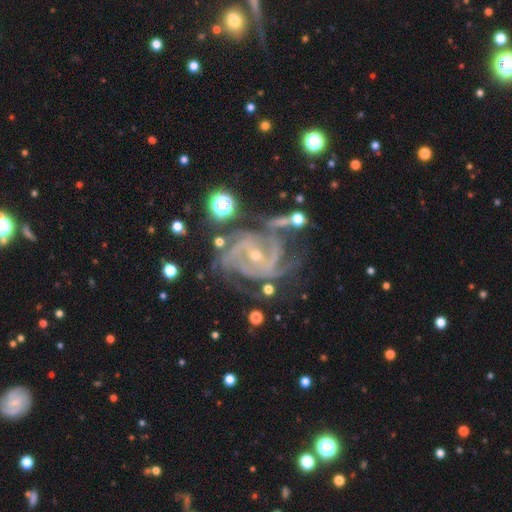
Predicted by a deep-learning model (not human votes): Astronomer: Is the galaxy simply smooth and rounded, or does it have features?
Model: featured or disk — 90%.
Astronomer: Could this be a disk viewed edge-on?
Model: no — 97%.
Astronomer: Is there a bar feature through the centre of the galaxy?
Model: no — 39% (runner-up: weak, 37%).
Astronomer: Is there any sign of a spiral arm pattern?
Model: yes — 97%.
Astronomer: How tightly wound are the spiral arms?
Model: tight — 52% (runner-up: medium, 40%).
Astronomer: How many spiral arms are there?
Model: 3 — 29% (runner-up: 2, 27%).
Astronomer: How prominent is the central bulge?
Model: small — 68%.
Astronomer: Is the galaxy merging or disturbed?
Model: none — 52%.